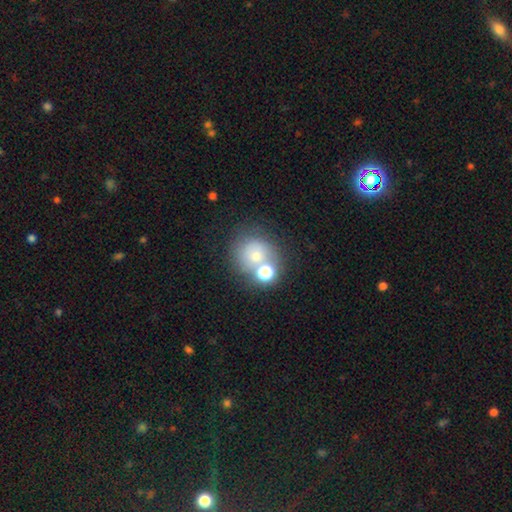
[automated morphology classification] Smooth or featured? smooth (63%)
How rounded? round (83%)
Merging? none (46%)